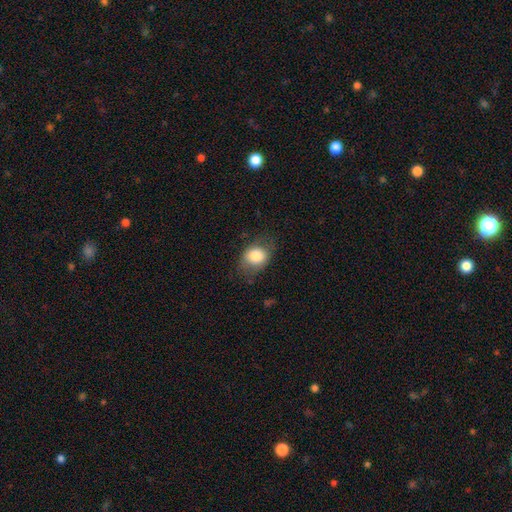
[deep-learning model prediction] smooth 80%, featured or disk 12%, star or artifact 8%. Down the decision tree: how rounded — in between (59%); merging — none (65%).